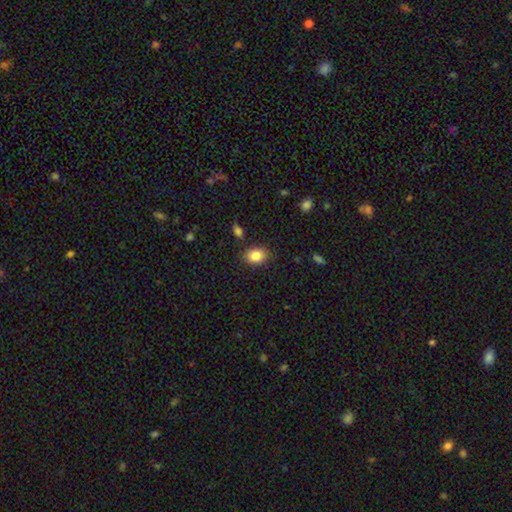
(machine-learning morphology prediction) A smooth galaxy with no disk features (86%) that is in between round and cigar-shaped (68%). Merging: none (84%).